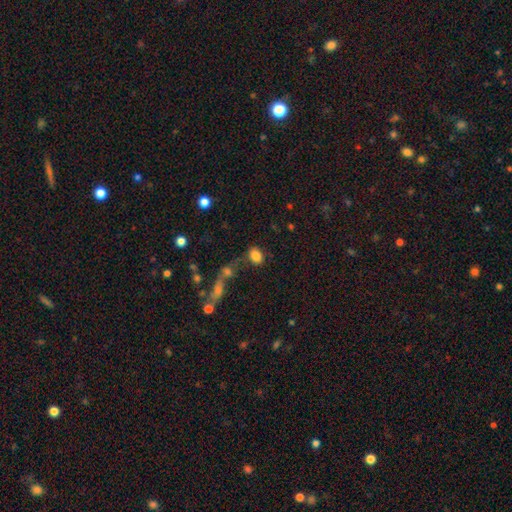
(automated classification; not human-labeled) Smooth or featured? Predicted: smooth (p=0.82). How rounded? Predicted: in between (p=0.71). Merging? Predicted: none (p=0.58).